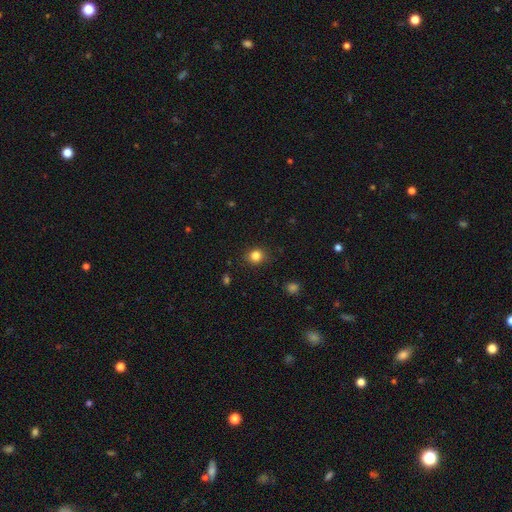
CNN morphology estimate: Smooth or featured?
  - smooth: 83% *
  - star or artifact: 12%
  - featured or disk: 4%
How rounded?
  - round: 84% *
  - in between: 15%
  - cigar-shaped: 1%
Merging?
  - none: 88% *
  - minor disturbance: 8%
  - major disturbance: 2%
  - merger: 1%